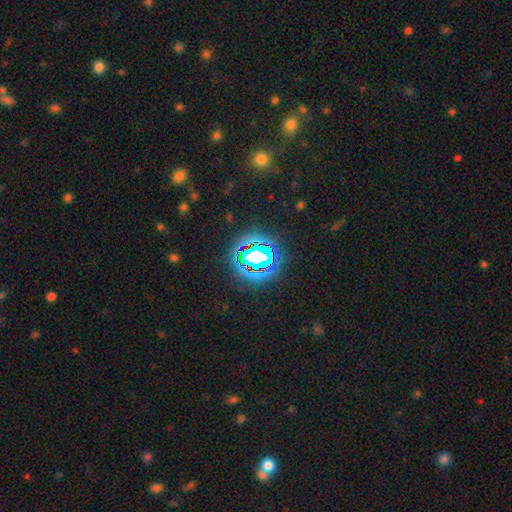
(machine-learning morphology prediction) This appears to be a star or artifact, not a galaxy (70%).